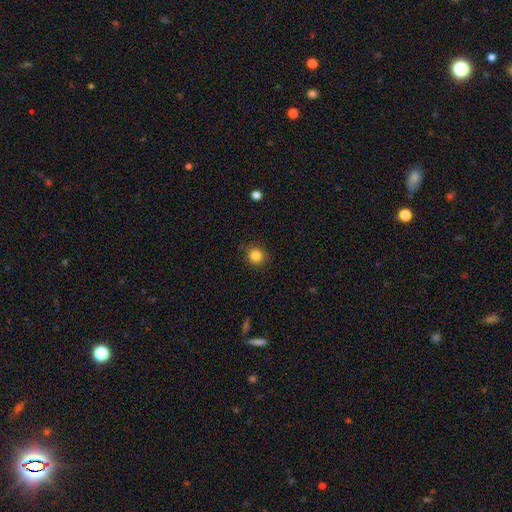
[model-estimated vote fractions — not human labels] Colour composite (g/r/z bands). It shows a smooth galaxy with no disk features (84%) that is round (90%). Merging: none (89%).